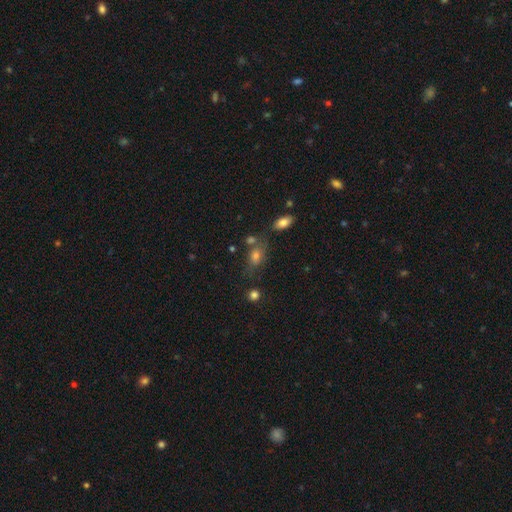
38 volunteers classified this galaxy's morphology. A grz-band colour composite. It shows a smooth galaxy with no disk features (82%) that is in between round and cigar-shaped (77%). Merging: none (37%).